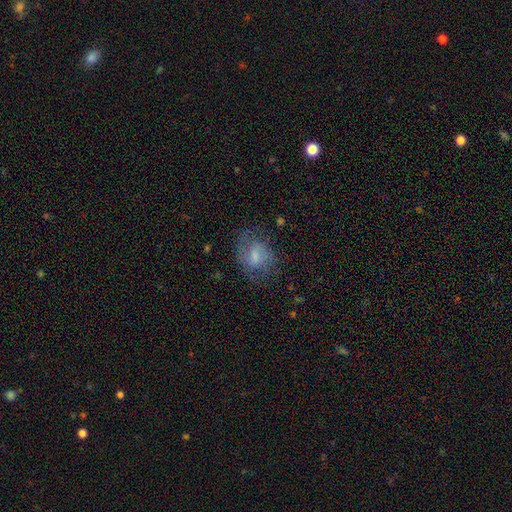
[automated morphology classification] smooth 49%, featured or disk 41%, star or artifact 10%. Down the decision tree: merging — none (56%).